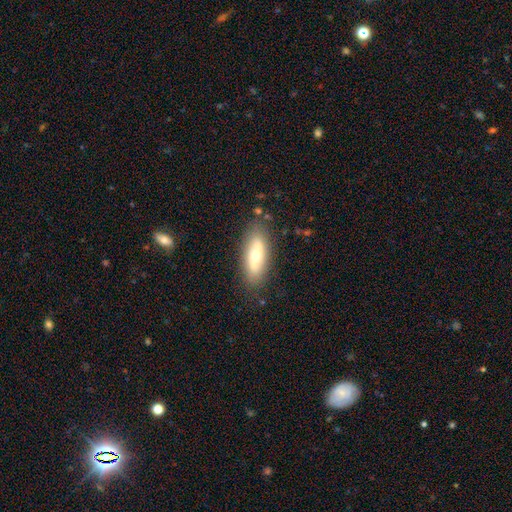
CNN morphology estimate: A smooth galaxy with no disk features (55%) that is in between round and cigar-shaped (73%).

Vote fractions:
- Smooth or featured? smooth: 55% / featured or disk: 38% / star or artifact: 7%
- How rounded? in between: 73% / cigar-shaped: 24% / round: 3%
- Merging? none: 81% / minor disturbance: 13% / major disturbance: 4% / merger: 2%